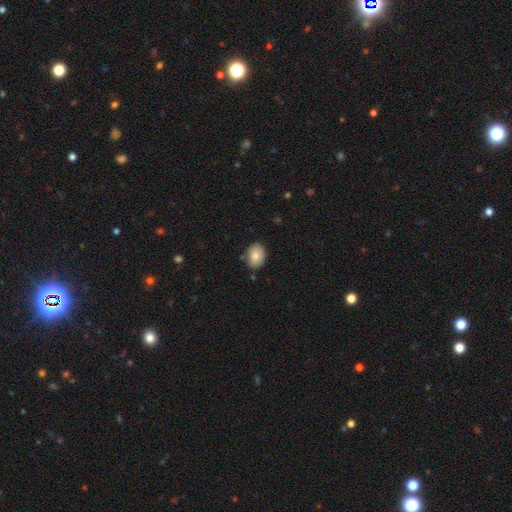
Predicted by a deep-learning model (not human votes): A smooth galaxy with no disk features (83%) that is in between round and cigar-shaped (78%).

Vote fractions:
- Smooth or featured? smooth: 83% / featured or disk: 9% / star or artifact: 7%
- How rounded? in between: 78% / round: 21% / cigar-shaped: 1%
- Merging? none: 81% / minor disturbance: 14% / major disturbance: 2% / merger: 2%